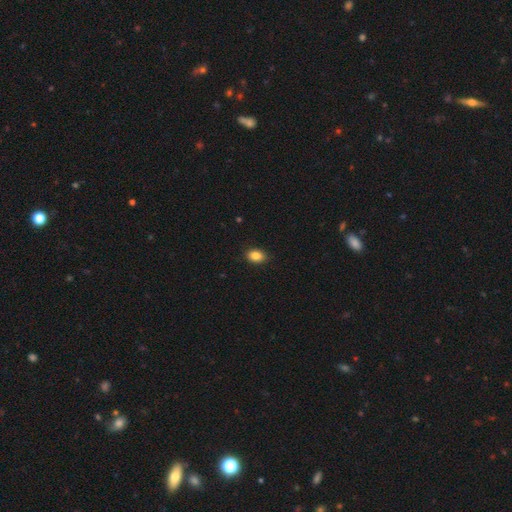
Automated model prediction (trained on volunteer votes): A smooth galaxy with no disk features (86%) that is in between round and cigar-shaped (78%).

Vote fractions:
- Smooth or featured? smooth: 86% / star or artifact: 9% / featured or disk: 5%
- How rounded? in between: 78% / round: 21% / cigar-shaped: 1%
- Merging? none: 89% / minor disturbance: 9% / major disturbance: 2% / merger: 1%